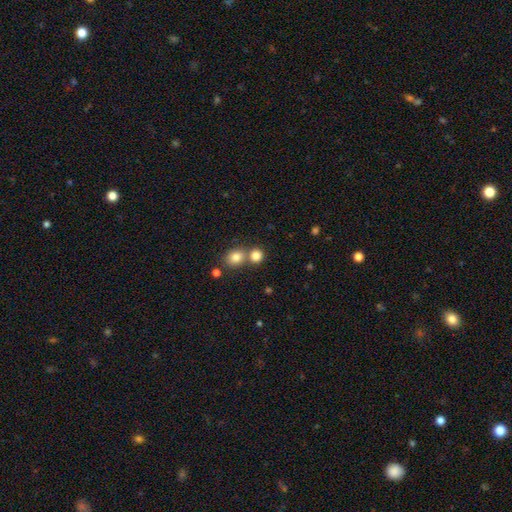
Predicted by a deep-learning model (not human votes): A smooth galaxy with no disk features (82%) that is round (82%).

Vote fractions:
- Smooth or featured? smooth: 82% / star or artifact: 11% / featured or disk: 7%
- How rounded? round: 82% / in between: 17% / cigar-shaped: 1%
- Merging? none: 54% / merger: 37% / minor disturbance: 7% / major disturbance: 3%